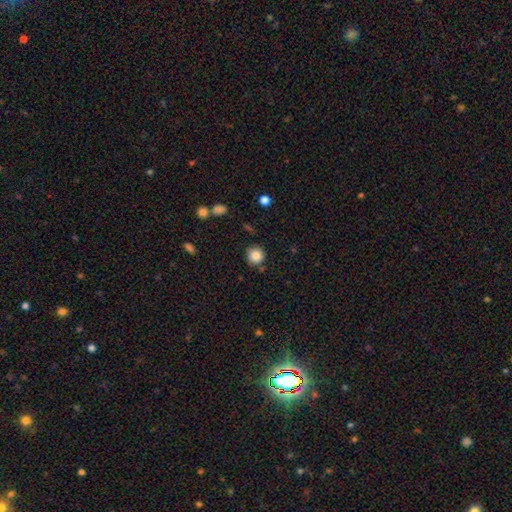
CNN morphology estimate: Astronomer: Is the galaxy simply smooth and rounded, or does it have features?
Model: smooth — 86%.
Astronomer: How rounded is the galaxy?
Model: round — 92%.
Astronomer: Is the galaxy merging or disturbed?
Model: none — 82%.